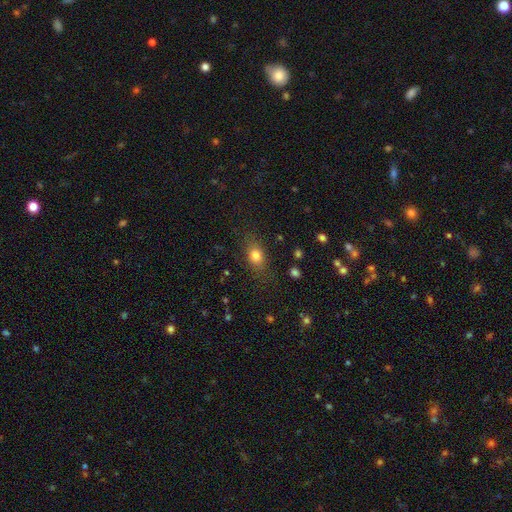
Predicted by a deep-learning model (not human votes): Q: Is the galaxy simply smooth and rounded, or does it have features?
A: smooth — 78%.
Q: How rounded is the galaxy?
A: in between — 63%.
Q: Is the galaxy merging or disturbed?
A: none — 78%.